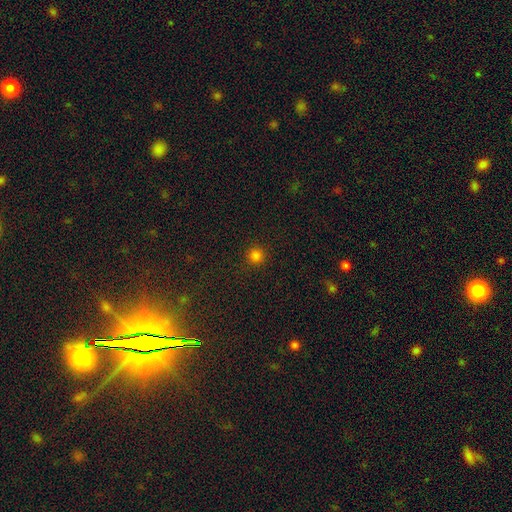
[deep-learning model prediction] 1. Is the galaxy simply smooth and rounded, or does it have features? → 81% smooth, 16% star or artifact, 3% featured or disk.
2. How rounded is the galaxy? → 95% round, 4% in between, 1% cigar-shaped.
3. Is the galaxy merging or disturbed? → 91% none, 5% minor disturbance, 2% major disturbance, 1% merger.